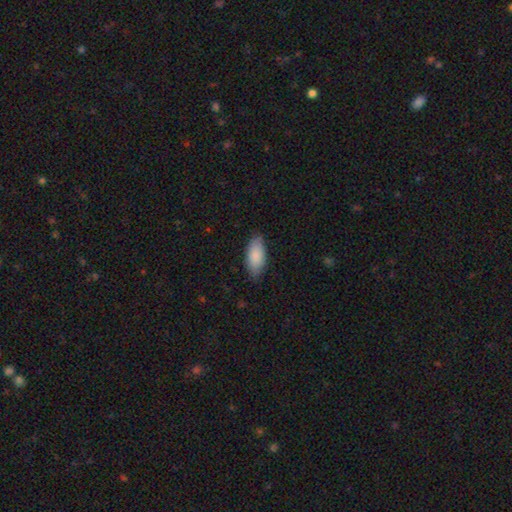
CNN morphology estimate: Smooth or featured?
  - smooth: 87% *
  - featured or disk: 7%
  - star or artifact: 6%
How rounded?
  - in between: 90% *
  - cigar-shaped: 8%
  - round: 2%
Merging?
  - none: 79% *
  - minor disturbance: 17%
  - major disturbance: 3%
  - merger: 1%